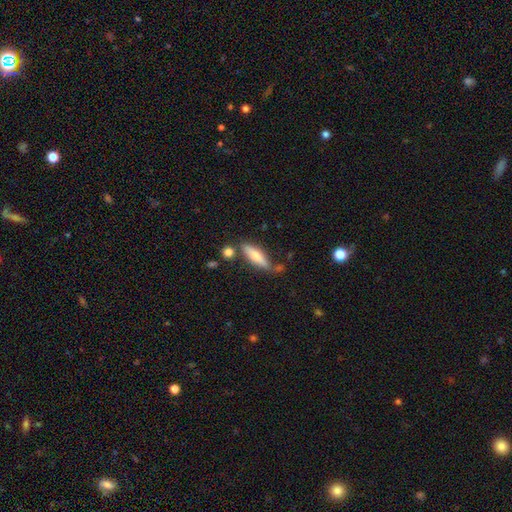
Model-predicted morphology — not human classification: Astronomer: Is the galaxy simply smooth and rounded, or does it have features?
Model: smooth — 65%.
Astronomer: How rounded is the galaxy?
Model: cigar-shaped — 60% (runner-up: in between, 38%).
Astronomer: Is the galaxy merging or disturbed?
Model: none — 59%.